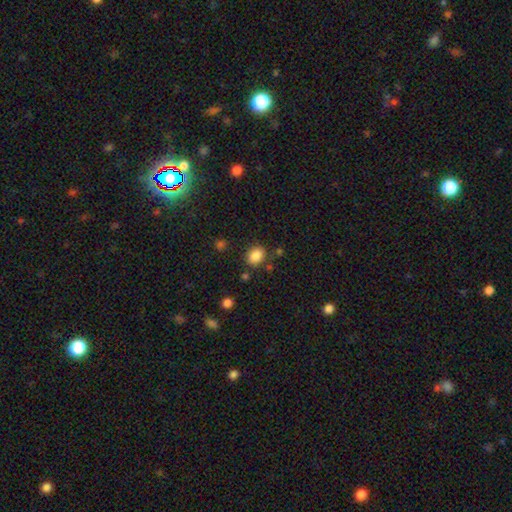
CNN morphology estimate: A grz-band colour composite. It shows a smooth galaxy with no disk features (85%) that is in between round and cigar-shaped (65%). Merging: none (79%).